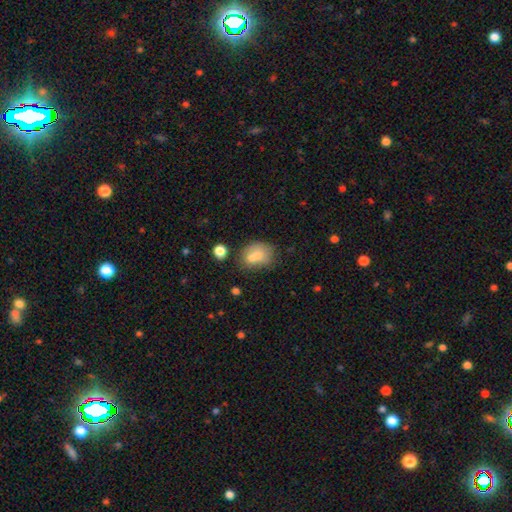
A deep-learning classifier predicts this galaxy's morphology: A smooth galaxy with no disk features (72%) that is in between round and cigar-shaped (57%). Merging: none (38%).